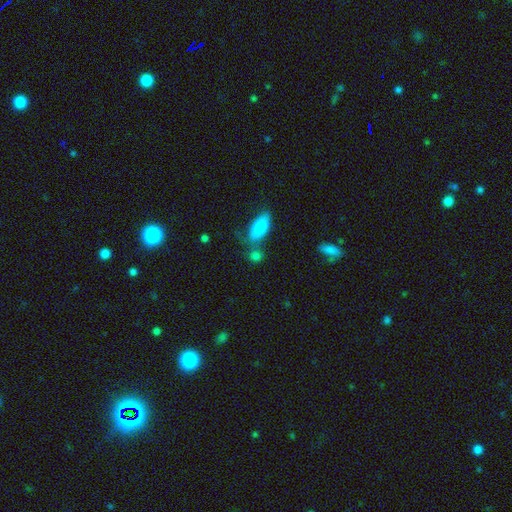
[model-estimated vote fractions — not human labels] Smooth or featured: smooth — 80% (star or artifact — 12%)
How rounded: in between — 54% (round — 38%)
Merging: none — 52% (merger — 29%)